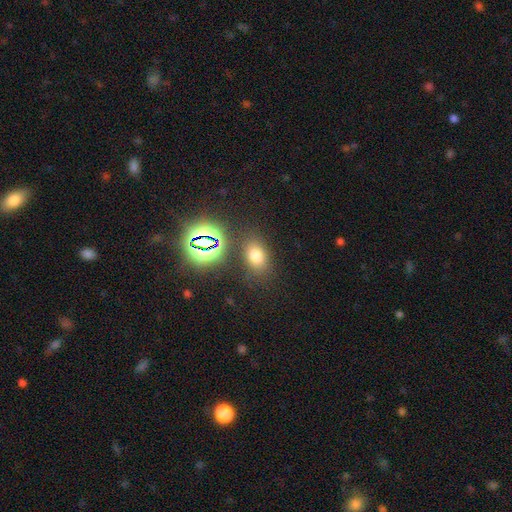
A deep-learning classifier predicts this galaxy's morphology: Smooth or featured: smooth — 68% (star or artifact — 23%)
How rounded: in between — 78% (round — 20%)
Merging: none — 79% (minor disturbance — 11%)